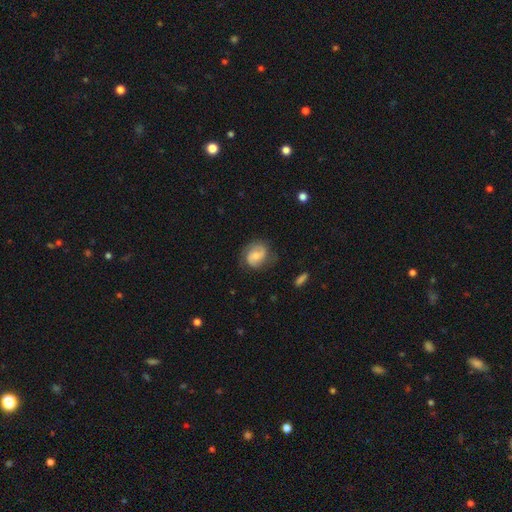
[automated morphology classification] smooth_or_featured: featured or disk (p=0.57) [alt: smooth p=0.35]
disk_edge_on: no (p=0.97) [alt: yes p=0.03]
bar: no (p=0.51) [alt: weak p=0.40]
has_spiral_arms: yes (p=0.89) [alt: no p=0.11]
bulge_size: small (p=0.44) [alt: moderate p=0.43]
merging: none (p=0.67) [alt: minor disturbance p=0.22]